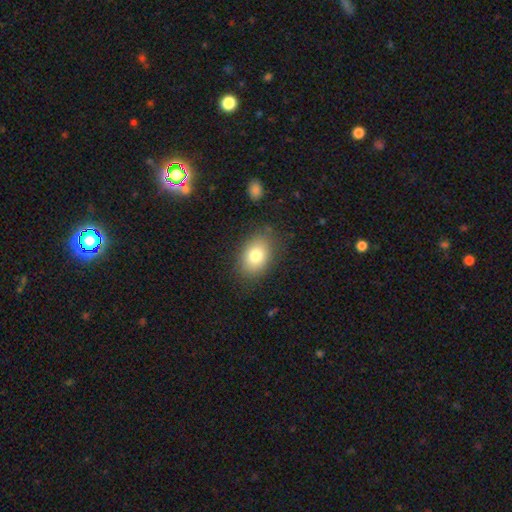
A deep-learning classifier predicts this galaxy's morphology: Overall: smooth (79%). How rounded: in between (81%). Merging: none (82%).